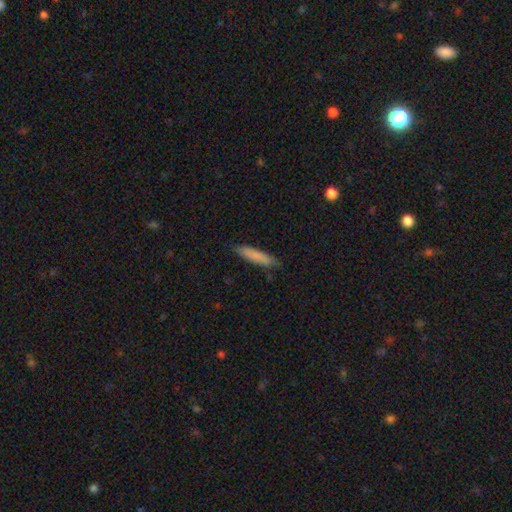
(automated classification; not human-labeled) A smooth galaxy with no disk features (81%) that is cigar-shaped (83%). Merging: none (83%).